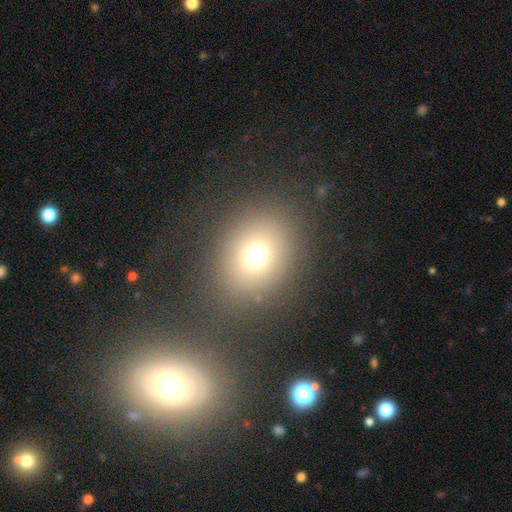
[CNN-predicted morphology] Smooth or featured? smooth (70%)
How rounded? round (64%)
Merging? none (81%)